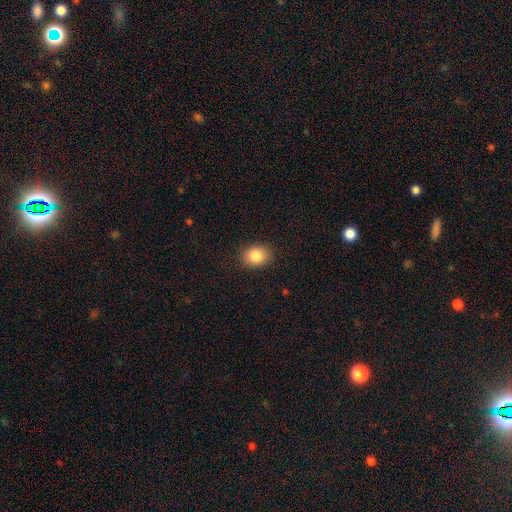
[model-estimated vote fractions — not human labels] Smooth or featured? Predicted: smooth (p=0.85). How rounded? Predicted: in between (p=0.50). Merging? Predicted: none (p=0.88).